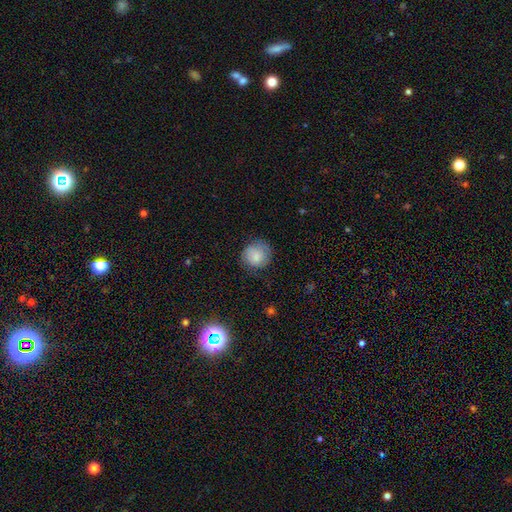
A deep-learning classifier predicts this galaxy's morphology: A smooth galaxy with no disk features (82%) that is round (88%).

Vote fractions:
- Smooth or featured? smooth: 82% / featured or disk: 10% / star or artifact: 8%
- How rounded? round: 88% / in between: 11% / cigar-shaped: 1%
- Merging? none: 73% / minor disturbance: 20% / major disturbance: 6% / merger: 1%